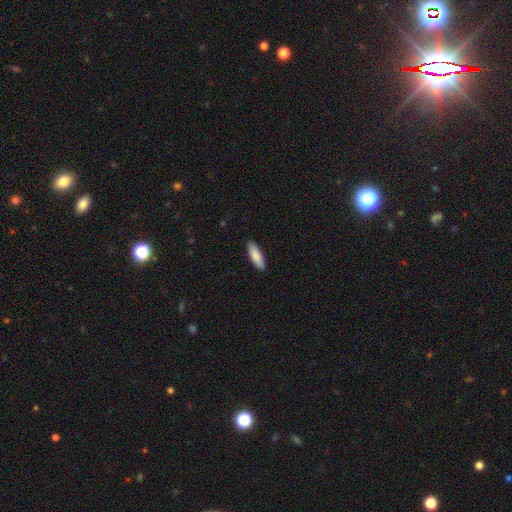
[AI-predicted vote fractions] Smooth or featured?
  - smooth: 85% *
  - featured or disk: 9%
  - star or artifact: 5%
How rounded?
  - in between: 50% *
  - cigar-shaped: 48%
  - round: 2%
Merging?
  - none: 90% *
  - minor disturbance: 8%
  - major disturbance: 2%
  - merger: 1%